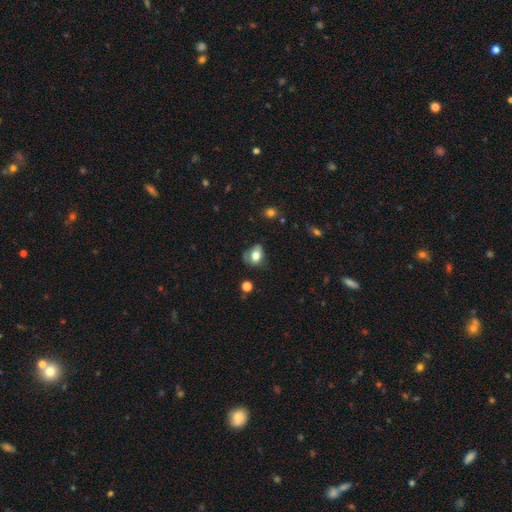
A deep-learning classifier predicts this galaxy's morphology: smooth 74%, featured or disk 16%, star or artifact 10%. Down the decision tree: how rounded — in between (60%); merging — none (42%).